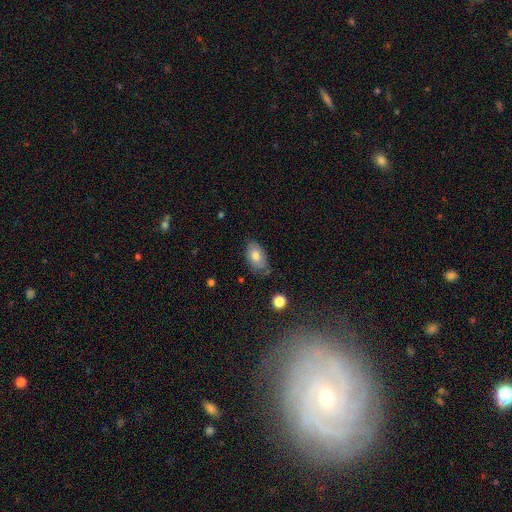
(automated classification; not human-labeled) Morphology: type=smooth (71%); roundness=in between (92%); merging=none (67%).